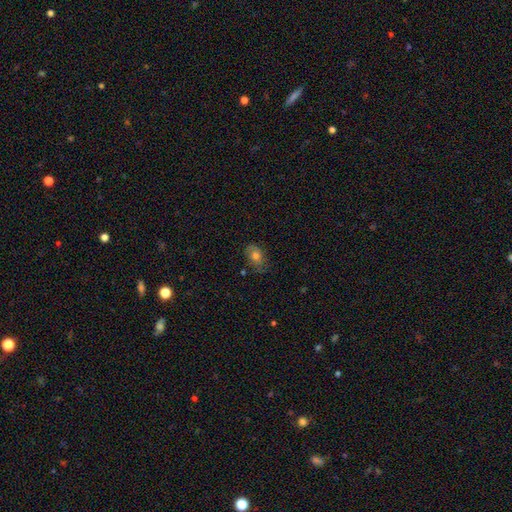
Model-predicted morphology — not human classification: smooth-or-featured: smooth: 56% | featured or disk: 32% | star or artifact: 11%
  how-rounded: in between: 68% | round: 31% | cigar-shaped: 2%
  merging: none: 66% | minor disturbance: 24% | major disturbance: 8% | merger: 2%